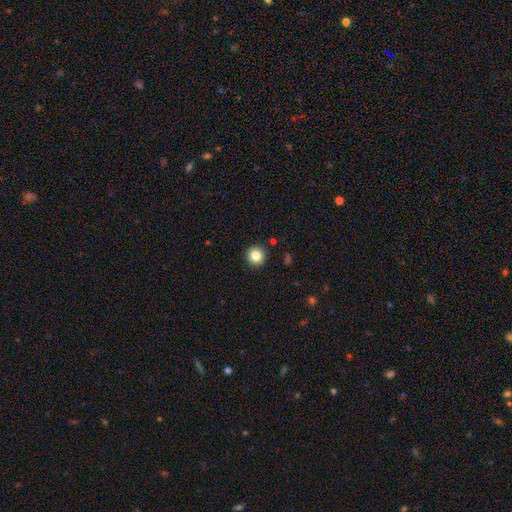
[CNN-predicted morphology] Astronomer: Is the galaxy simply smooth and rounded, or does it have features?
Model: smooth — 84%.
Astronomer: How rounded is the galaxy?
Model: round — 95%.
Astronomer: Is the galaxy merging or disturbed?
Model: none — 92%.